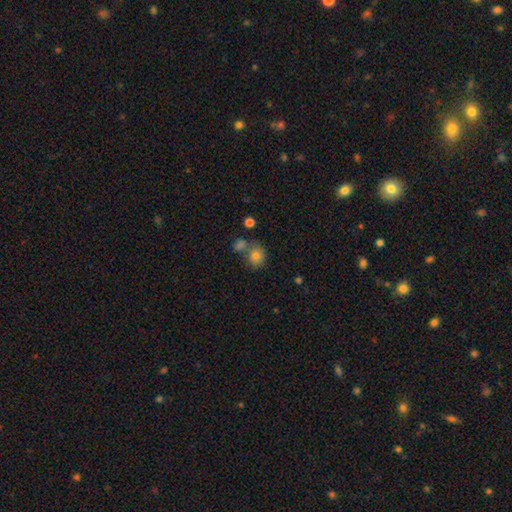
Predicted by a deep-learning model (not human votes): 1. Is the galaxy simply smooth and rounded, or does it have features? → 81% smooth, 10% star or artifact, 9% featured or disk.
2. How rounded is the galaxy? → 74% round, 25% in between, 1% cigar-shaped.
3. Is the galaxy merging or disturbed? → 52% none, 31% merger, 12% minor disturbance, 5% major disturbance.